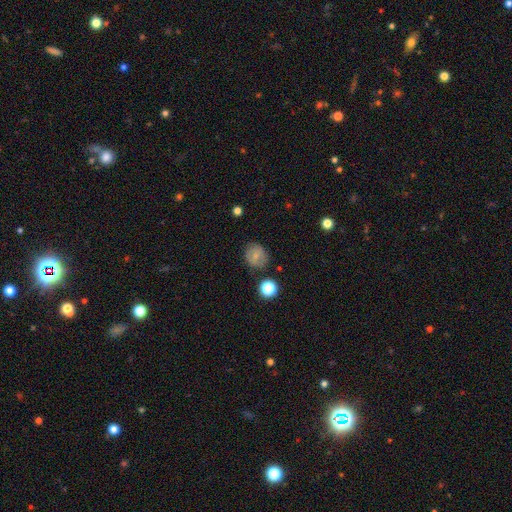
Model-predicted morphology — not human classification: Smooth or featured: smooth — 67% (featured or disk — 22%)
How rounded: round — 76% (in between — 23%)
Merging: none — 80% (minor disturbance — 13%)